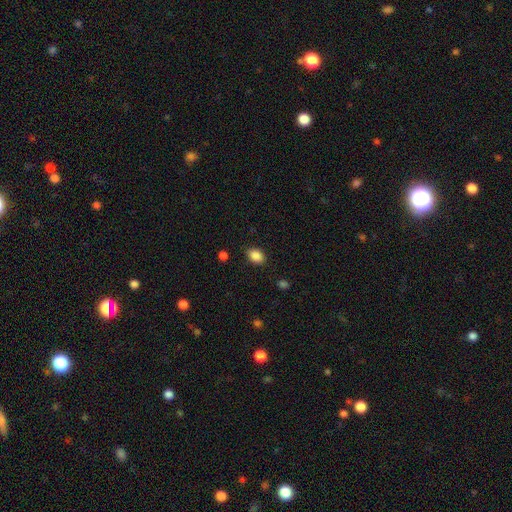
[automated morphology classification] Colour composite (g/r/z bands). It shows a smooth galaxy with no disk features (88%) that is in between round and cigar-shaped (82%). Merging: none (85%).